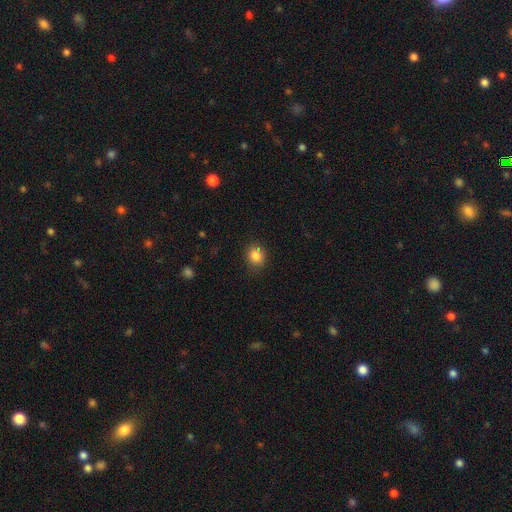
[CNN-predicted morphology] Smooth or featured: smooth — 85% (star or artifact — 11%)
How rounded: round — 70% (in between — 29%)
Merging: none — 86% (minor disturbance — 11%)